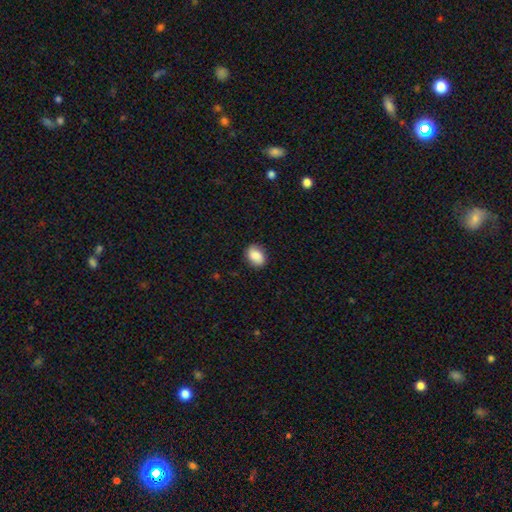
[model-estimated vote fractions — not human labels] Q: Smooth or featured?
A: smooth (85%); runner-up: featured or disk (8%)
Q: How rounded?
A: in between (73%); runner-up: round (25%)
Q: Merging?
A: none (85%); runner-up: minor disturbance (11%)